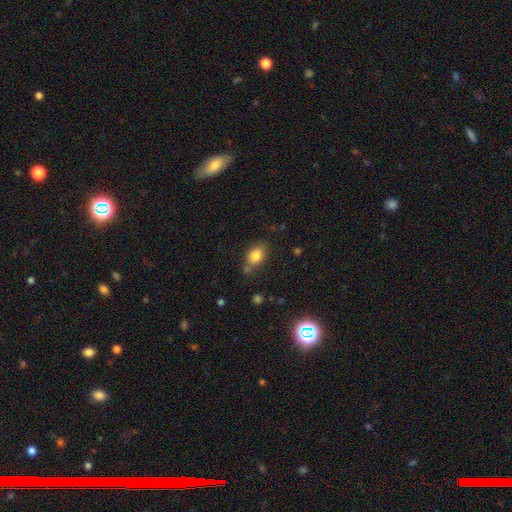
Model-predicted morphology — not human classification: This is clearly a smooth galaxy (82%). How rounded: likely in between (73%). Merging: likely none (68%).